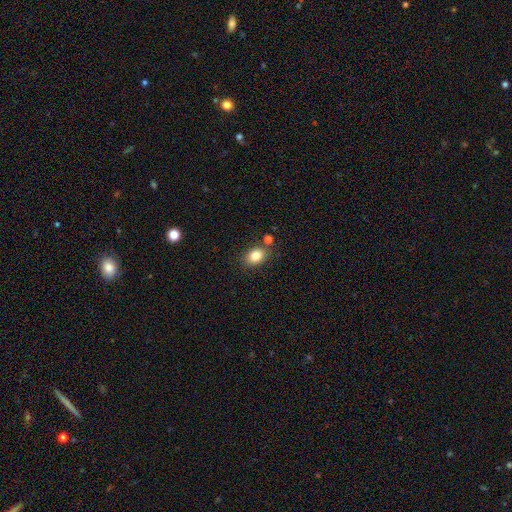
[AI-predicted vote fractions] This is clearly a smooth galaxy (83%). How rounded: likely in between (71%). Merging: likely none (77%).